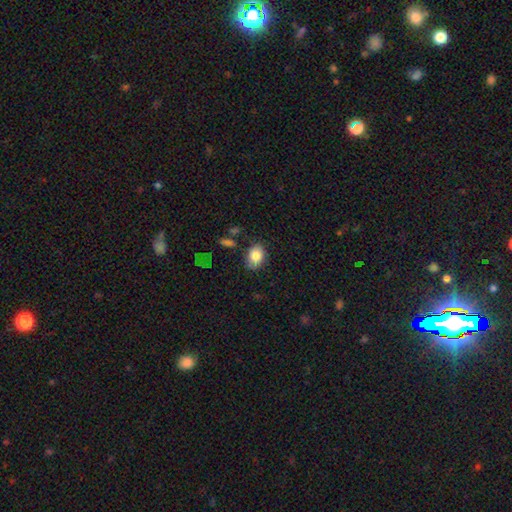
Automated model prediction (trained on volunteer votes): A smooth galaxy with no disk features (84%) that is in between round and cigar-shaped (72%). Merging: none (75%).